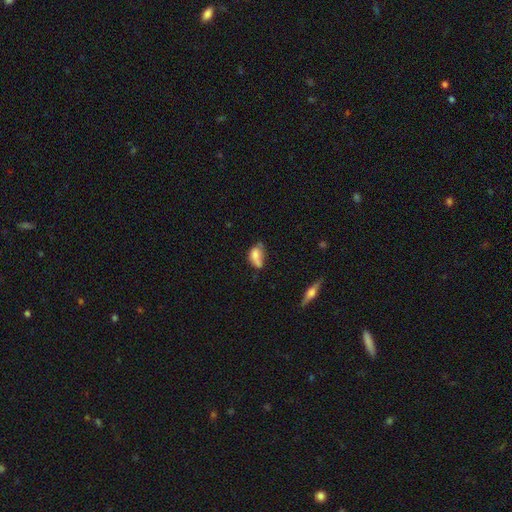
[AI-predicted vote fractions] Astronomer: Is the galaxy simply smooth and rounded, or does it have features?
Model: smooth — 68%.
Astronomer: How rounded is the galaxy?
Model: in between — 83%.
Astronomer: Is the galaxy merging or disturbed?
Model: minor disturbance — 32% (runner-up: none, 30%).